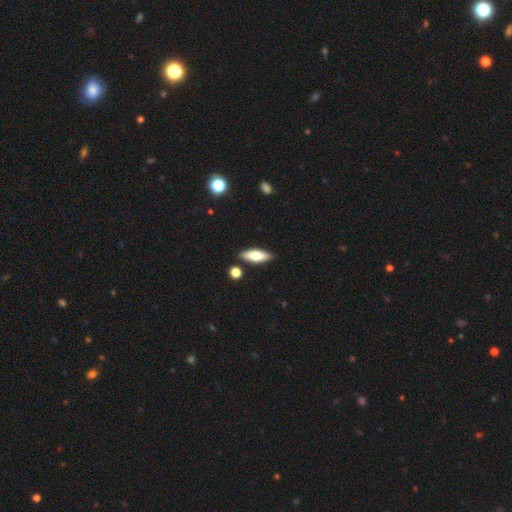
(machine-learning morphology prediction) Smooth or featured: smooth — 61% (featured or disk — 33%)
How rounded: in between — 58% (cigar-shaped — 40%)
Merging: none — 85% (minor disturbance — 9%)